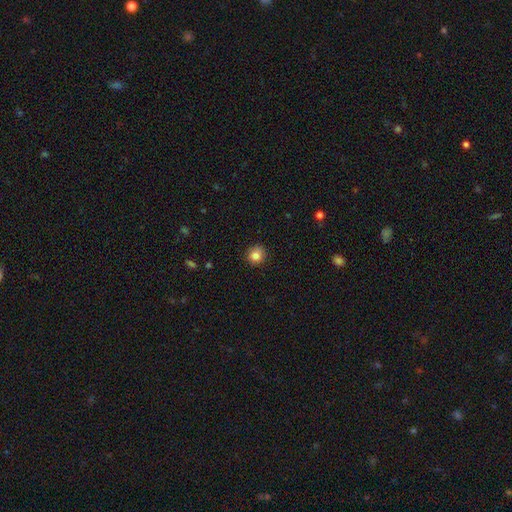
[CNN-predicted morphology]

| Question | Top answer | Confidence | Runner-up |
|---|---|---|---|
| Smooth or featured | smooth | 83% | star or artifact (11%) |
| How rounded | round | 88% | in between (11%) |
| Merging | none | 89% | minor disturbance (8%) |